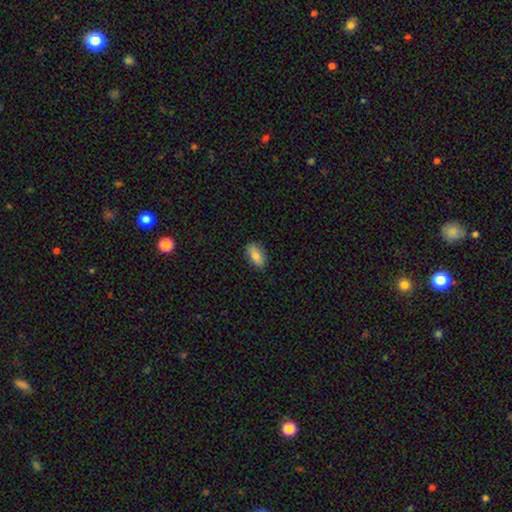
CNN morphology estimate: type=smooth (79%); roundness=in between (88%); merging=none (84%).